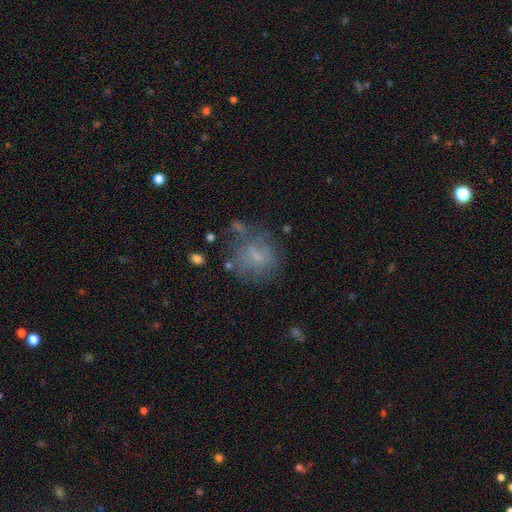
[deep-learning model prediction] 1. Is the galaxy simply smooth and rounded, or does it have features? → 51% smooth, 35% featured or disk, 14% star or artifact.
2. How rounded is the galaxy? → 71% round, 27% in between, 1% cigar-shaped.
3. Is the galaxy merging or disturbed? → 50% none, 22% minor disturbance, 20% major disturbance, 8% merger.